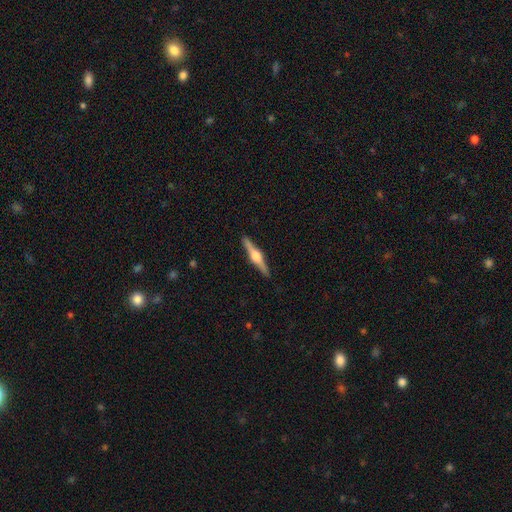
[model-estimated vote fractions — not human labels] Smooth or featured?
  - featured or disk: 78% *
  - smooth: 17%
  - star or artifact: 5%
Edge-on disk?
  - yes: 98% *
  - no: 2%
Edge-on bulge?
  - rounded: 92% *
  - boxy: 6%
  - none: 2%
Merging?
  - none: 91% *
  - minor disturbance: 6%
  - major disturbance: 1%
  - merger: 1%